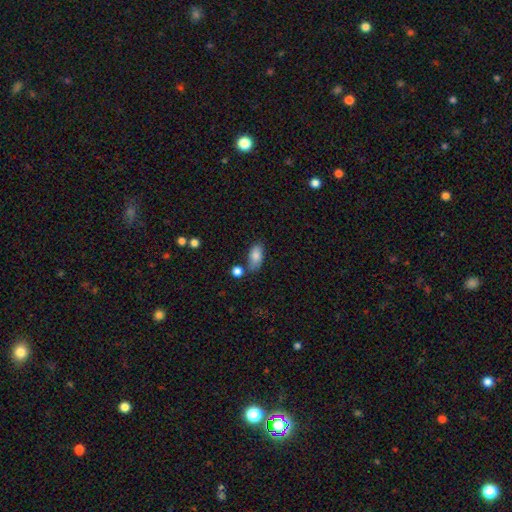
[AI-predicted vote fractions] smooth-or-featured: smooth: 83% | featured or disk: 10% | star or artifact: 8%
  how-rounded: in between: 90% | cigar-shaped: 6% | round: 4%
  merging: none: 65% | minor disturbance: 19% | merger: 11% | major disturbance: 5%